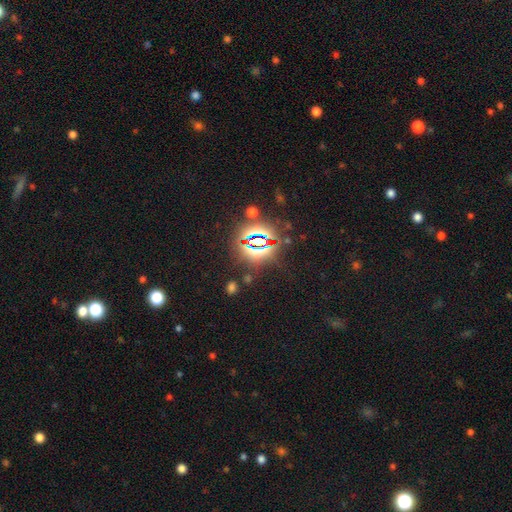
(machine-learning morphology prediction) type=star or artifact (83%).